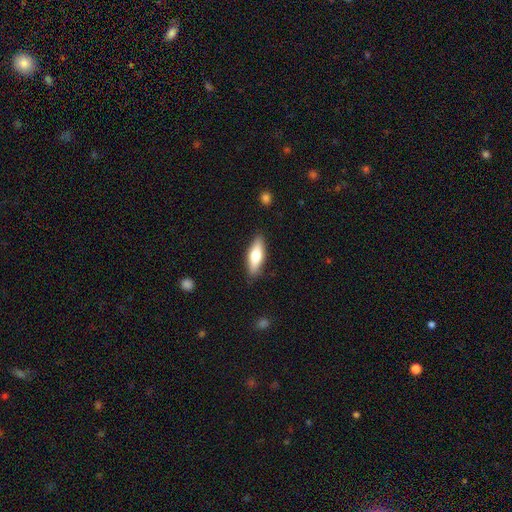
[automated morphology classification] A smooth galaxy with no disk features (63%) that is in between round and cigar-shaped (56%).

Vote fractions:
- Smooth or featured? smooth: 63% / featured or disk: 31% / star or artifact: 6%
- How rounded? in between: 56% / cigar-shaped: 42% / round: 2%
- Merging? none: 86% / minor disturbance: 10% / major disturbance: 2% / merger: 1%